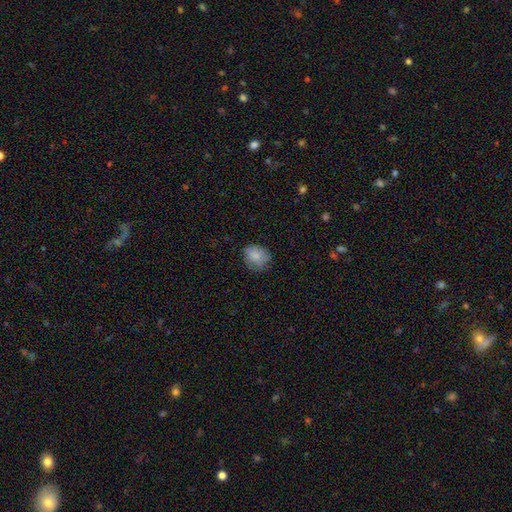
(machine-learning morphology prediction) Overall: smooth (80%). How rounded: round (65%; in between 34%). Merging: none (69%).